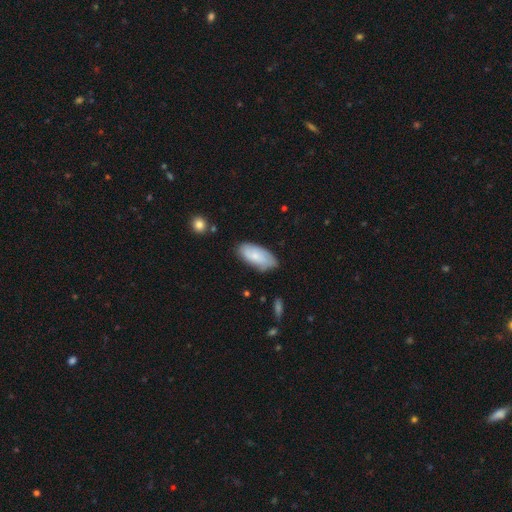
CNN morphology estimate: type=smooth (69%); roundness=in between (90%); merging=none (74%).